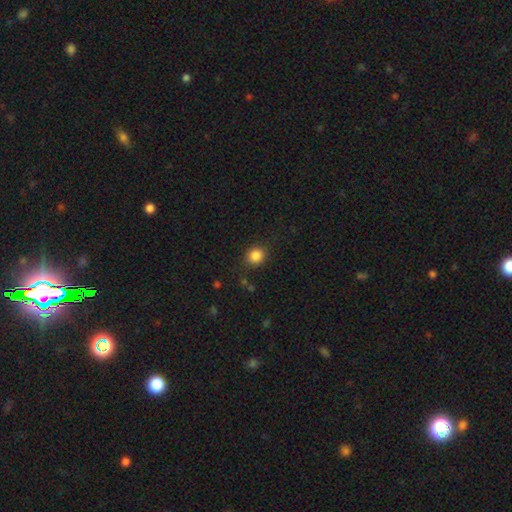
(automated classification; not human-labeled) A smooth galaxy with no disk features (85%) that is round (79%). Merging: none (84%).